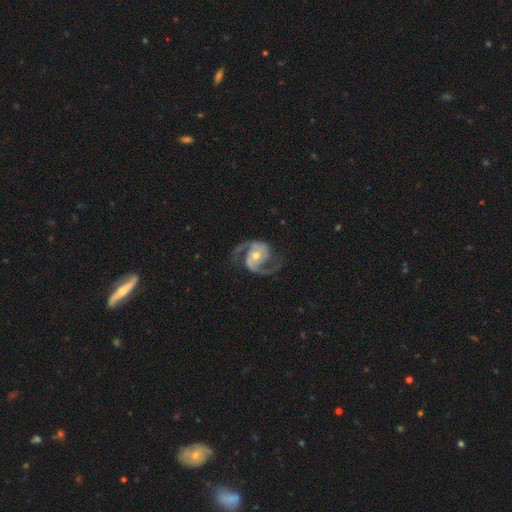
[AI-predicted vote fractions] smooth-or-featured: featured or disk: 92% | star or artifact: 4% | smooth: 4%
  disk-edge-on: no: 98% | yes: 2%
    bar: no: 58% | weak: 30% | strong: 12%
    has-spiral-arms: yes: 98% | no: 2%
      spiral-winding: medium: 58% | loose: 28% | tight: 14%
      spiral-arm-count: 2: 94% | can't tell: 2% | 1: 2% | 3: 1% | 4: 1% | more than 4: 1%
    bulge-size: moderate: 59% | small: 34% | large: 4% | none: 1% | dominant: 1%
  merging: none: 76% | minor disturbance: 14% | major disturbance: 9% | merger: 2%